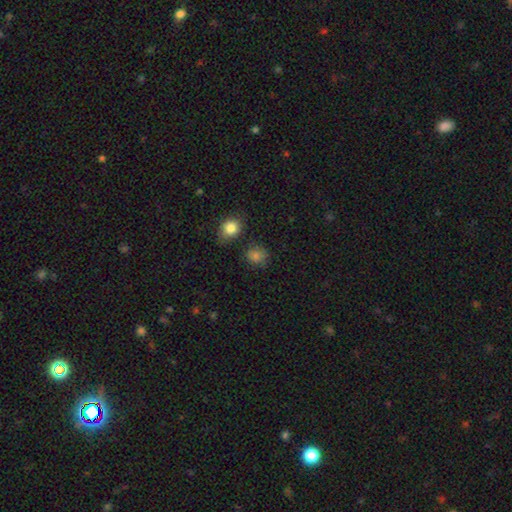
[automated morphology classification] Smooth or featured?
  - smooth: 82% *
  - star or artifact: 13%
  - featured or disk: 5%
How rounded?
  - round: 76% *
  - in between: 23%
  - cigar-shaped: 1%
Merging?
  - none: 76% *
  - minor disturbance: 15%
  - merger: 5%
  - major disturbance: 4%